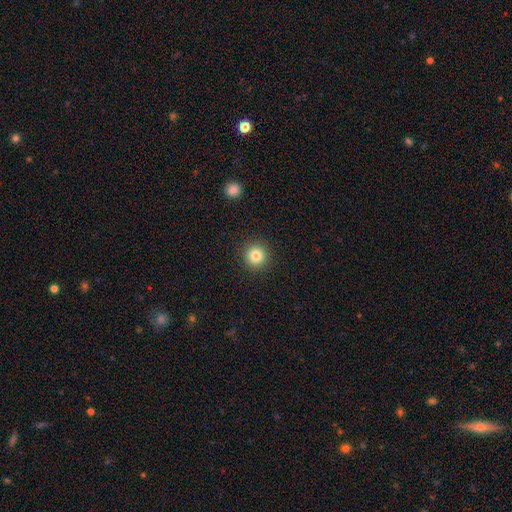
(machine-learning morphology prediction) smooth 83%, star or artifact 11%, featured or disk 6%. Down the decision tree: how rounded — round (95%); merging — none (91%).